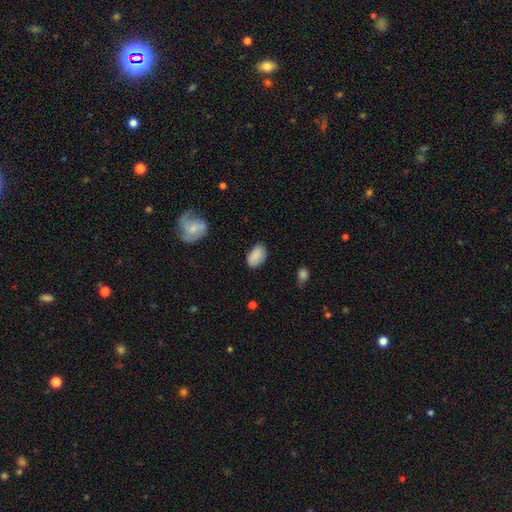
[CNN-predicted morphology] A smooth galaxy with no disk features (86%) that is in between round and cigar-shaped (93%). Merging: none (81%).